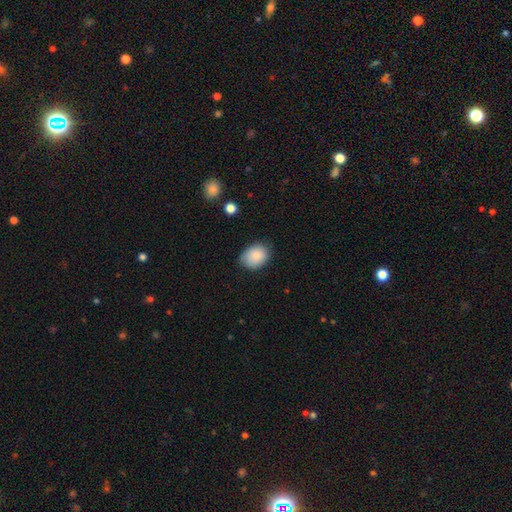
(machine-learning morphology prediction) A smooth galaxy with no disk features (85%) that is in between round and cigar-shaped (59%). Merging: none (75%).